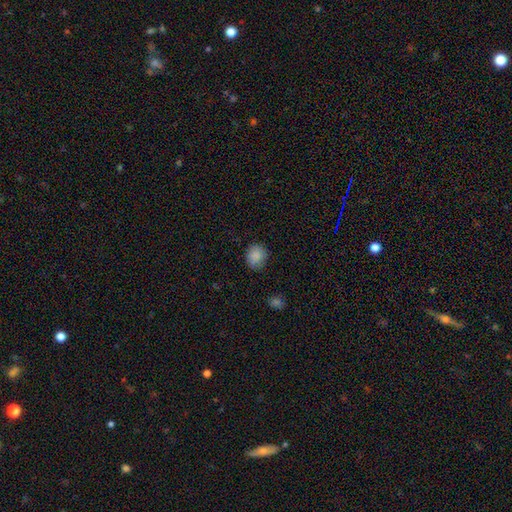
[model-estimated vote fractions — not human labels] smooth-or-featured: smooth: 86% | star or artifact: 9% | featured or disk: 5%
  how-rounded: round: 73% | in between: 26% | cigar-shaped: 1%
  merging: none: 80% | minor disturbance: 16% | major disturbance: 3% | merger: 1%